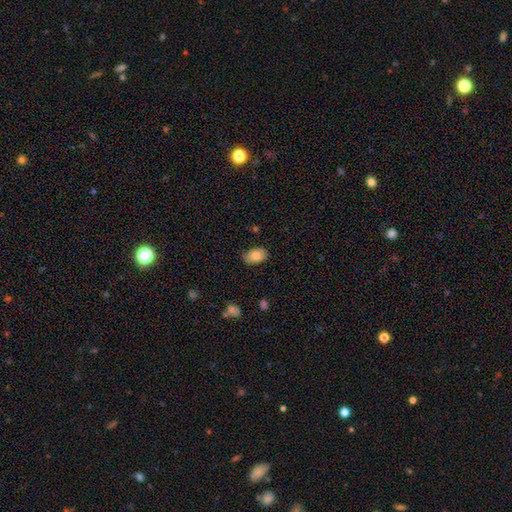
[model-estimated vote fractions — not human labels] Smooth or featured?
  - smooth: 86% *
  - featured or disk: 7%
  - star or artifact: 7%
How rounded?
  - in between: 92% *
  - round: 6%
  - cigar-shaped: 1%
Merging?
  - none: 83% *
  - minor disturbance: 13%
  - major disturbance: 3%
  - merger: 1%